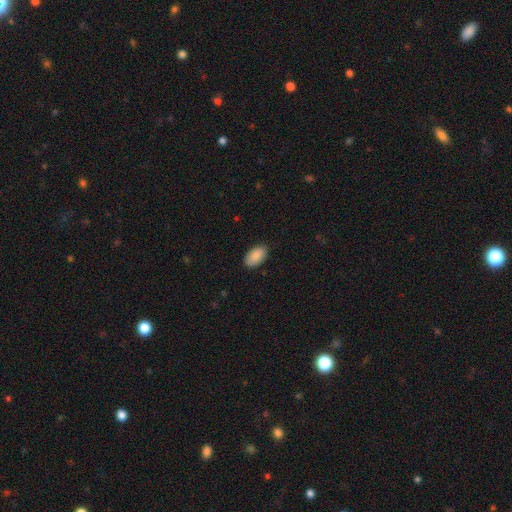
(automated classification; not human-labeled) Morphology: type=smooth (89%); roundness=in between (95%); merging=none (85%).